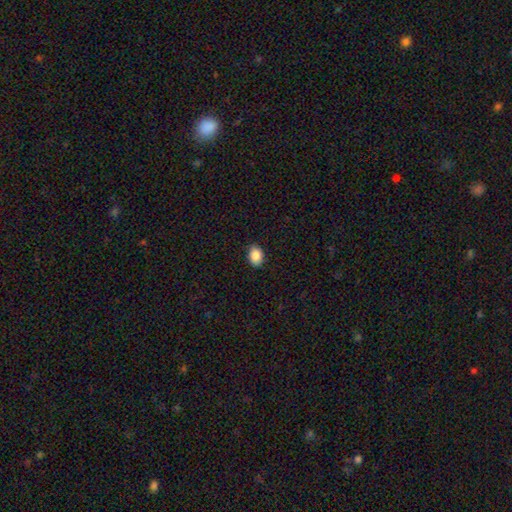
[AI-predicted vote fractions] This is clearly a smooth galaxy (88%). How rounded: likely in between (74%). Merging: clearly none (87%).